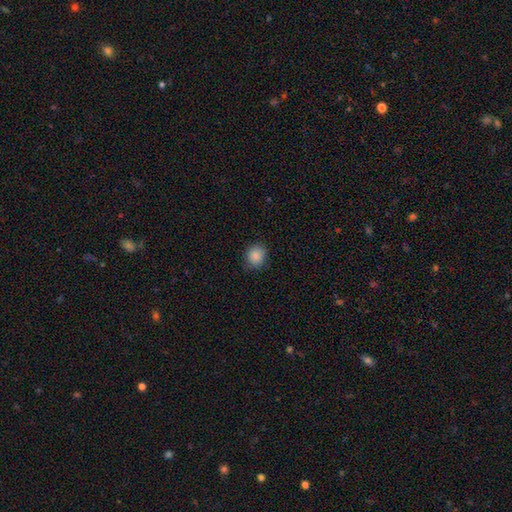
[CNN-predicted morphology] Q: Smooth or featured?
A: smooth (88%); runner-up: star or artifact (9%)
Q: How rounded?
A: round (76%); runner-up: in between (23%)
Q: Merging?
A: none (84%); runner-up: minor disturbance (13%)